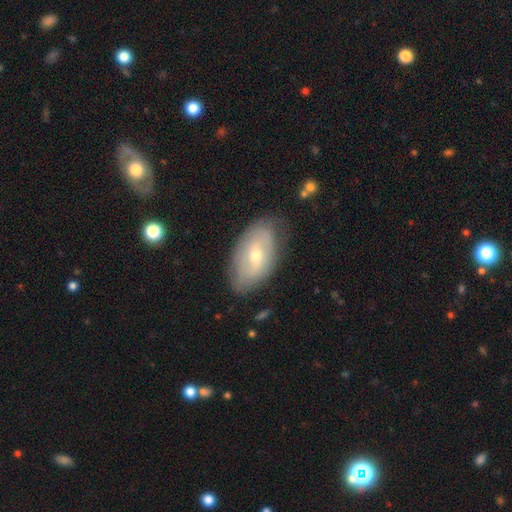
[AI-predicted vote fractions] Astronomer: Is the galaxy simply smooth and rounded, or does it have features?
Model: featured or disk — 54% (runner-up: smooth, 39%).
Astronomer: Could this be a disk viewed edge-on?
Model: no — 89%.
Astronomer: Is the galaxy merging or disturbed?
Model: none — 76%.